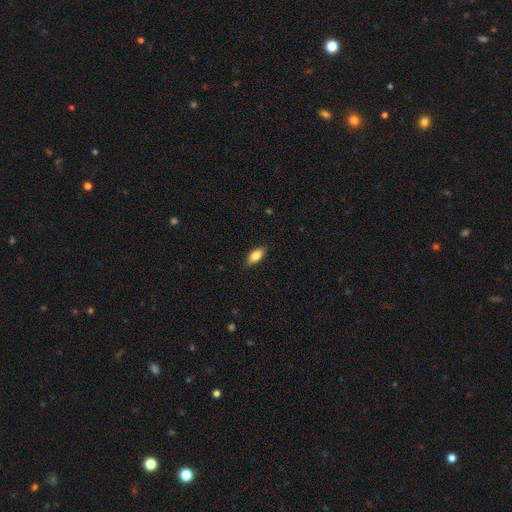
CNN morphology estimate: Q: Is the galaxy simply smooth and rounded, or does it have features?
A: smooth — 80%.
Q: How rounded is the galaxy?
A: in between — 84%.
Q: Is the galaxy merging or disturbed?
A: none — 87%.